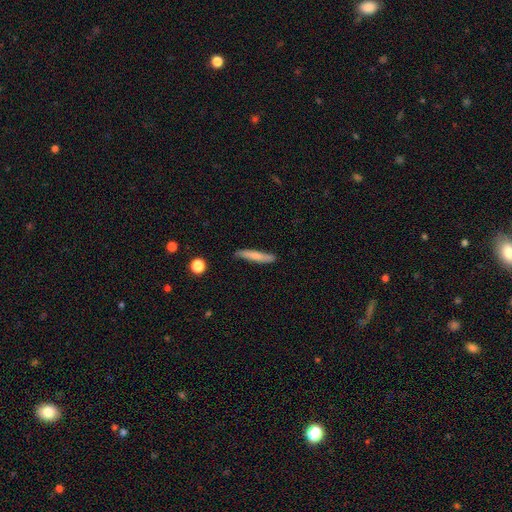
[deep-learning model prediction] smooth-or-featured: smooth: 71% | featured or disk: 23% | star or artifact: 6%
  how-rounded: cigar-shaped: 92% | in between: 7% | round: 2%
  merging: none: 83% | minor disturbance: 13% | major disturbance: 2% | merger: 2%